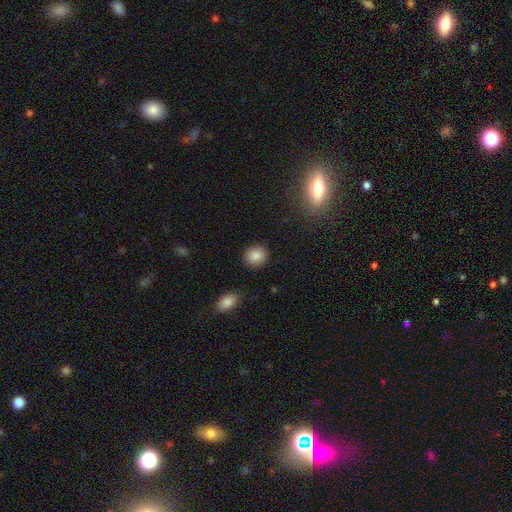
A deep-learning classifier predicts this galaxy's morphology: smooth_or_featured: smooth (p=0.87) [alt: star or artifact p=0.09]
how_rounded: round (p=0.78) [alt: in between p=0.21]
merging: none (p=0.89) [alt: minor disturbance p=0.07]